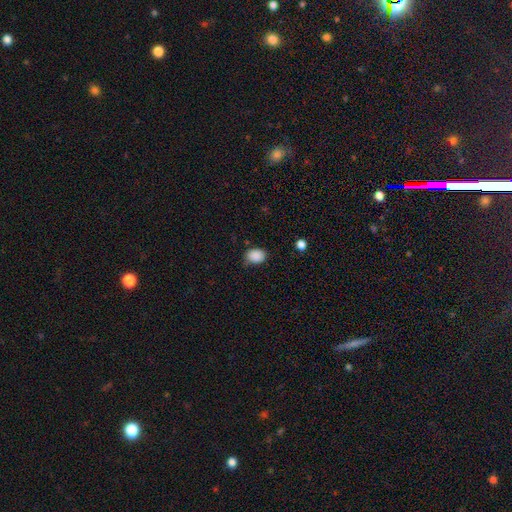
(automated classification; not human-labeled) Smooth or featured? Predicted: smooth (p=0.88). How rounded? Predicted: in between (p=0.62). Merging? Predicted: none (p=0.71).